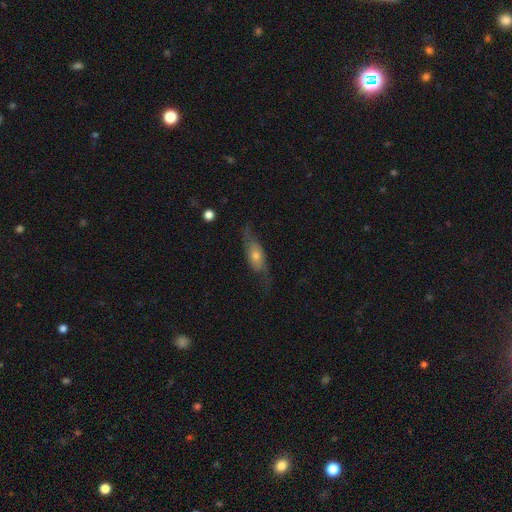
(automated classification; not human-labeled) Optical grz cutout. It shows a featured or disk galaxy (62%). Merging: none (62%).